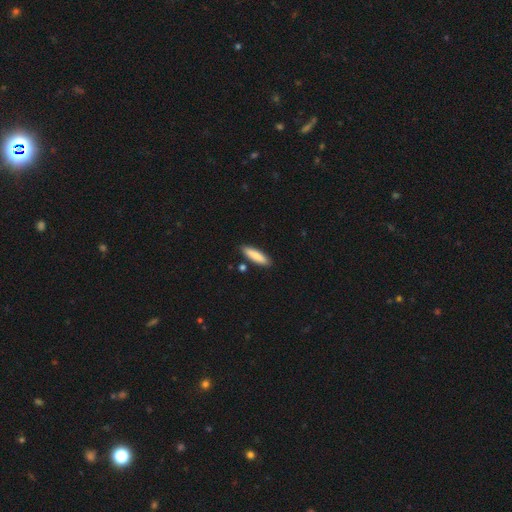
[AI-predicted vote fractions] Overall: smooth (84%). How rounded: cigar-shaped (68%; in between 30%). Merging: none (87%).